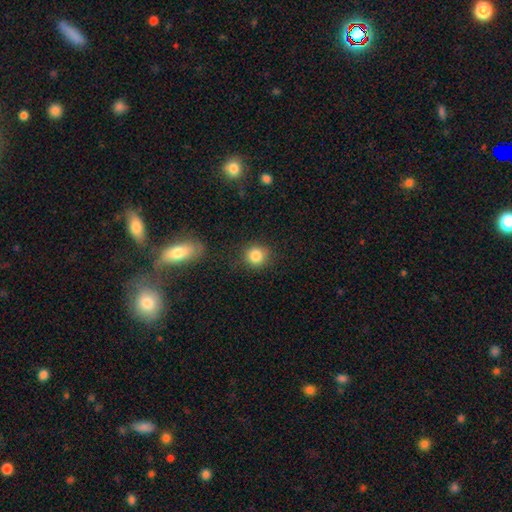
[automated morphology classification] Q: Smooth or featured?
A: smooth (85%); runner-up: star or artifact (10%)
Q: How rounded?
A: round (89%); runner-up: in between (10%)
Q: Merging?
A: none (83%); runner-up: minor disturbance (11%)